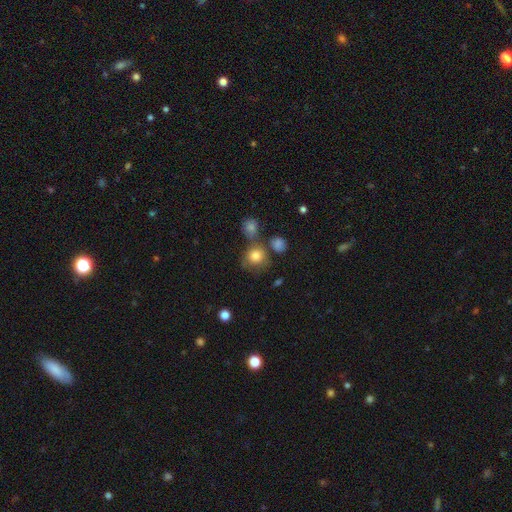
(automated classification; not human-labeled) This appears to be a smooth galaxy with no disk features (80%) that is round (83%). Merging: none (58%).